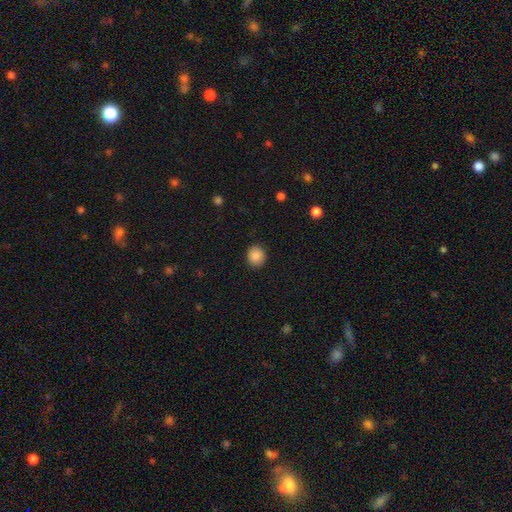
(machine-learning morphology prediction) Smooth or featured? smooth (88%)
How rounded? round (77%)
Merging? none (90%)